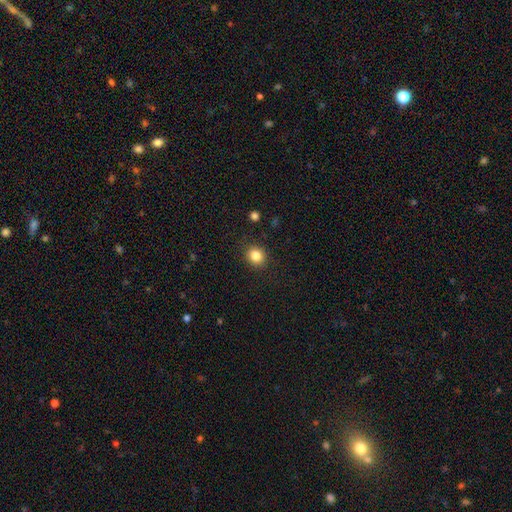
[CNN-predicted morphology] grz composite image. It shows a smooth galaxy with no disk features (84%) that is round (81%). Merging: none (89%).